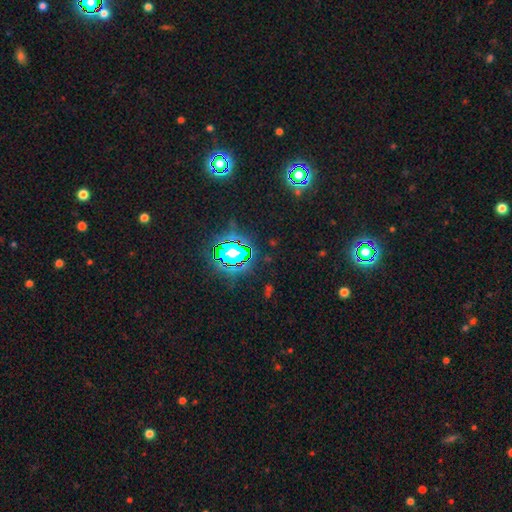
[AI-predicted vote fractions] Overall: star or artifact (83%).